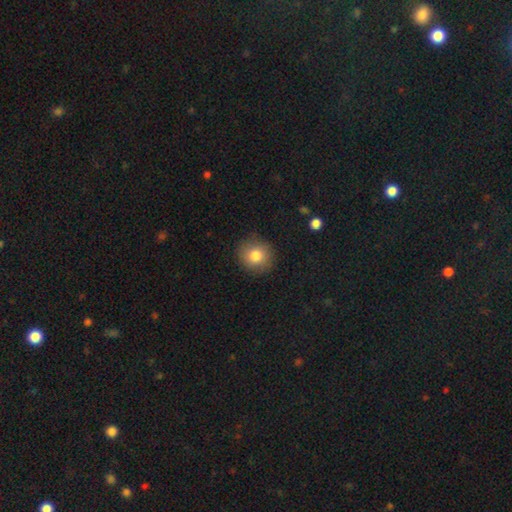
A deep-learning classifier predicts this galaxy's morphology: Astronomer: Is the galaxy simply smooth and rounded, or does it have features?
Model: smooth — 82%.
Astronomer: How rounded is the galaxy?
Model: round — 89%.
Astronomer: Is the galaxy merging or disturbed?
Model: none — 87%.